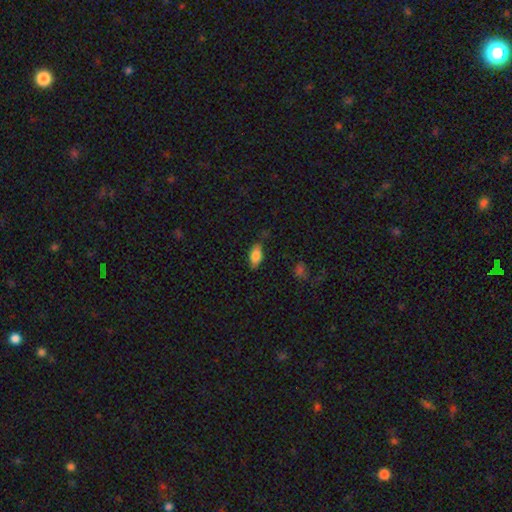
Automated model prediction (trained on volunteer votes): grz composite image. It shows a smooth galaxy with no disk features (80%) that is in between round and cigar-shaped (87%). Merging: none (80%).